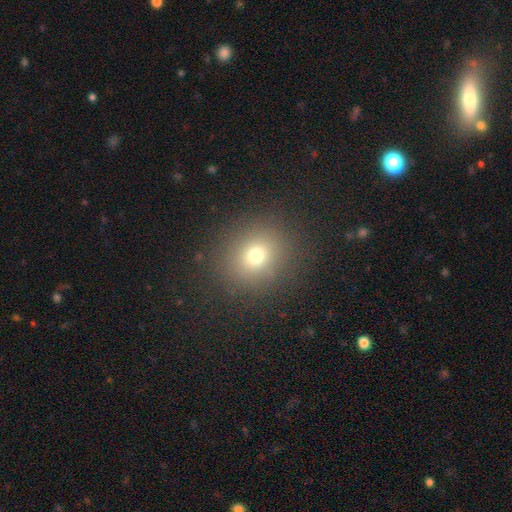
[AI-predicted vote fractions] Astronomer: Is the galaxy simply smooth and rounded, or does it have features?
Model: smooth — 71%.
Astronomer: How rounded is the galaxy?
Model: round — 79%.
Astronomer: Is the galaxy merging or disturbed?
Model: none — 86%.